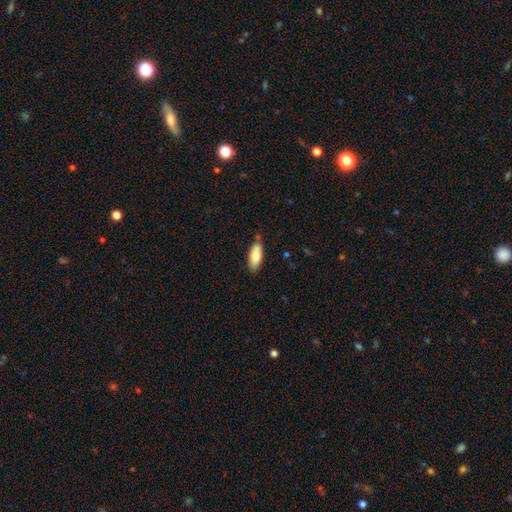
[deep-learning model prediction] Smooth or featured?
  - smooth: 78% *
  - featured or disk: 16%
  - star or artifact: 6%
How rounded?
  - in between: 78% *
  - cigar-shaped: 20%
  - round: 2%
Merging?
  - none: 77% *
  - minor disturbance: 16%
  - merger: 4%
  - major disturbance: 3%